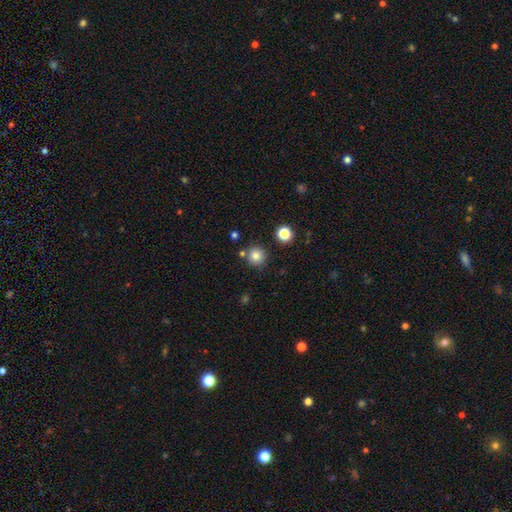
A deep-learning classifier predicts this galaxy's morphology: A smooth galaxy with no disk features (82%) that is round (93%). Merging: none (81%).